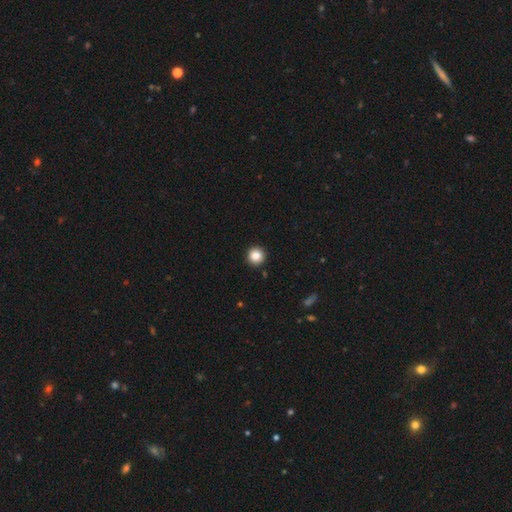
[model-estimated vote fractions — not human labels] A smooth galaxy with no disk features (86%) that is round (95%). Merging: none (93%).